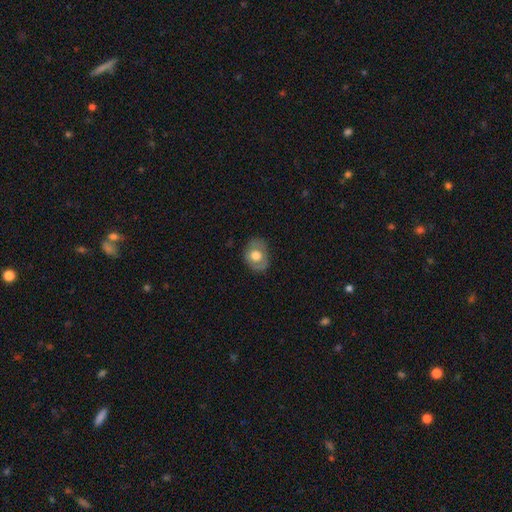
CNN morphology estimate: Smooth or featured?
  - smooth: 60% *
  - featured or disk: 33%
  - star or artifact: 7%
How rounded?
  - in between: 53% *
  - round: 46%
  - cigar-shaped: 1%
Merging?
  - none: 75% *
  - minor disturbance: 18%
  - major disturbance: 6%
  - merger: 1%